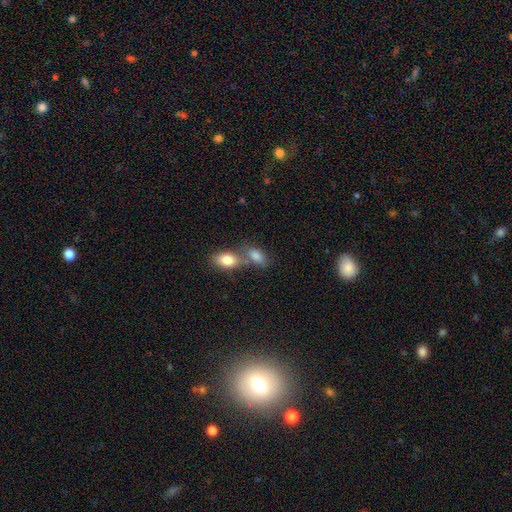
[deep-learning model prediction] smooth 81%, featured or disk 10%, star or artifact 9%. Down the decision tree: how rounded — in between (87%); merging — merger (53%).